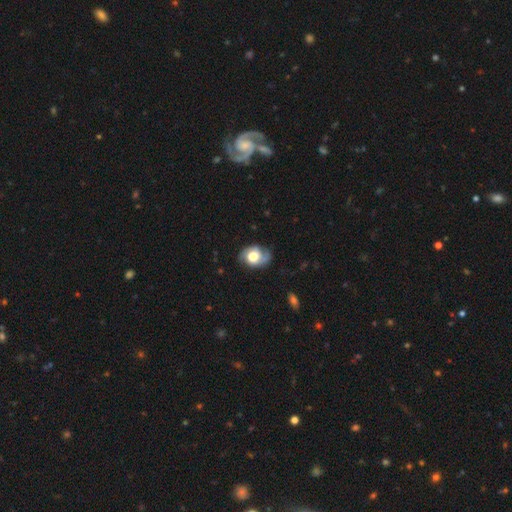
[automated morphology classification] Smooth or featured? featured or disk (64%)
Edge-on disk? no (97%)
Bar? no (77%)
Spiral arms? yes (85%)
Spiral winding? medium (43%)
Spiral arm count? 2 (81%)
Bulge size? moderate (51%)
Merging? none (68%)